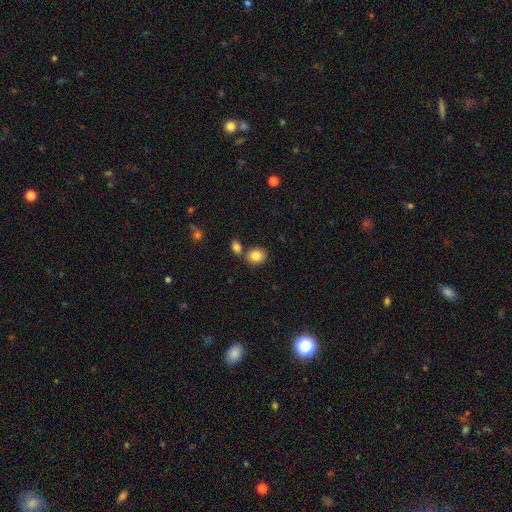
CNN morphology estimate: This is clearly a smooth galaxy (85%). How rounded: possibly round (58%). Merging: likely none (67%).